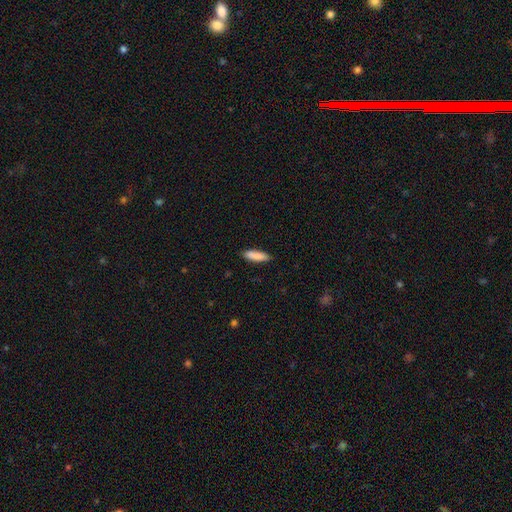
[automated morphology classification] The model was most divided on "how rounded": cigar-shaped: 61%, in between: 37%, round: 1%. More confident: smooth or featured — smooth (88%); merging — none (86%).